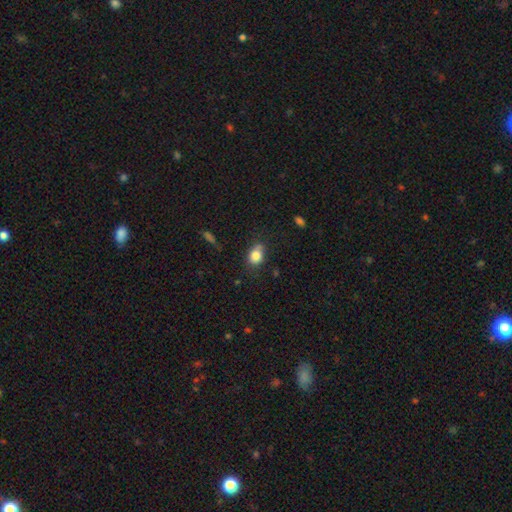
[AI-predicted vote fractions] Smooth or featured? Predicted: smooth (p=0.82). How rounded? Predicted: in between (p=0.60). Merging? Predicted: none (p=0.63).